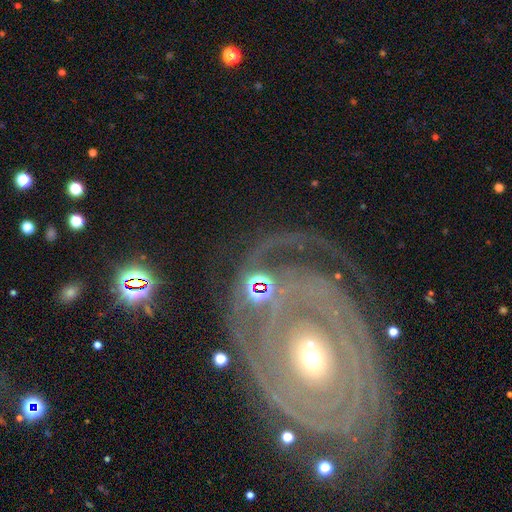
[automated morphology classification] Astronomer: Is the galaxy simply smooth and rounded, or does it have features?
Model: featured or disk — 82%.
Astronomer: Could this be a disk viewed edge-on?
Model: no — 96%.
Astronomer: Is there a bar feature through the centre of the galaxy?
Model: no — 71%.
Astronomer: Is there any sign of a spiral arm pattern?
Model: yes — 86%.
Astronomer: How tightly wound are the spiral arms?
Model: tight — 75%.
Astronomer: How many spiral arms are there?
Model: can't tell — 31% (runner-up: 2, 25%).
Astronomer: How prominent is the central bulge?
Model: moderate — 54% (runner-up: small, 35%).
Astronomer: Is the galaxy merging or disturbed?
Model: none — 66%.